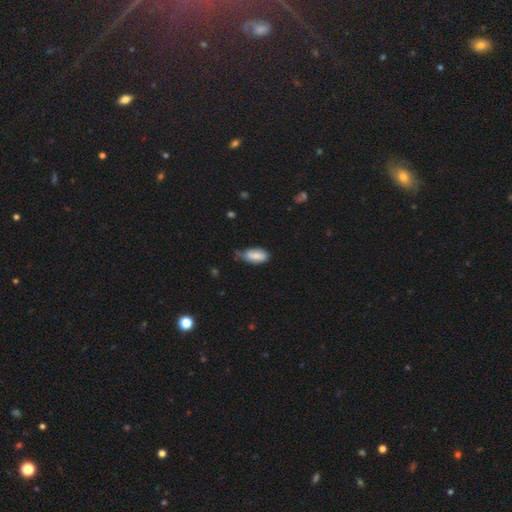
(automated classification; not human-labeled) Morphology: type=smooth (78%); roundness=in between (91%); merging=none (44%, tied with minor disturbance).